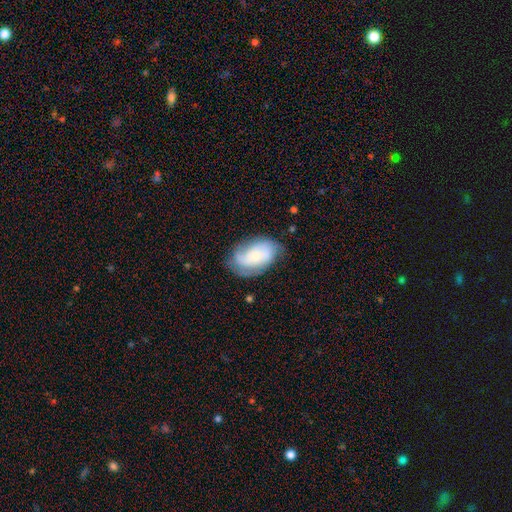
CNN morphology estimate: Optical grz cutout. It shows a featured or disk galaxy (52%). Merging: none (62%).